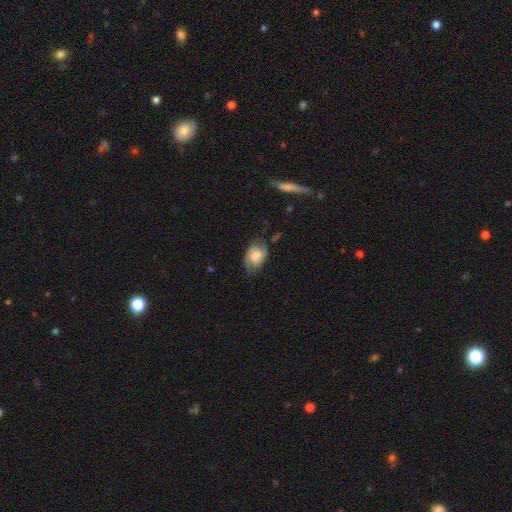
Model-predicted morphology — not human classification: The model was most divided on "smooth or featured": smooth: 51%, featured or disk: 41%, star or artifact: 8%. More confident: how rounded — in between (80%); merging — none (57%).